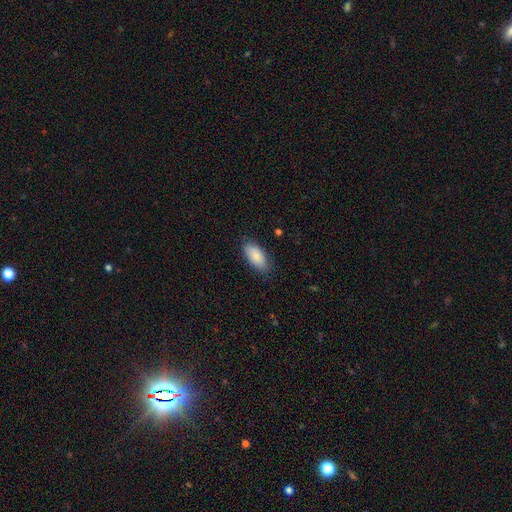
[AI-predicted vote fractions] Smooth or featured?
  - smooth: 87% *
  - featured or disk: 6%
  - star or artifact: 6%
How rounded?
  - in between: 91% *
  - cigar-shaped: 7%
  - round: 2%
Merging?
  - none: 83% *
  - minor disturbance: 13%
  - major disturbance: 3%
  - merger: 1%